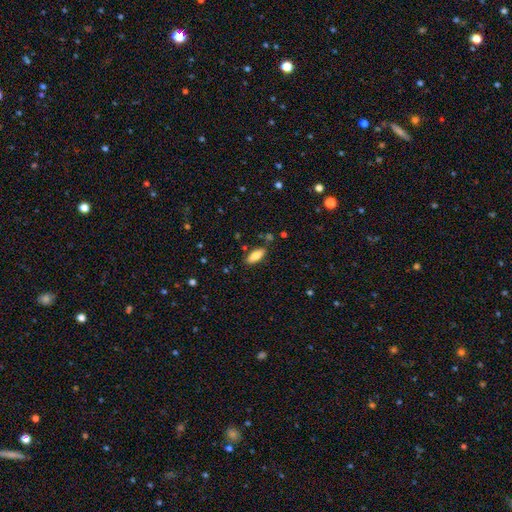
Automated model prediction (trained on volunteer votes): Overall: smooth (80%). How rounded: in between (79%). Merging: none (82%).